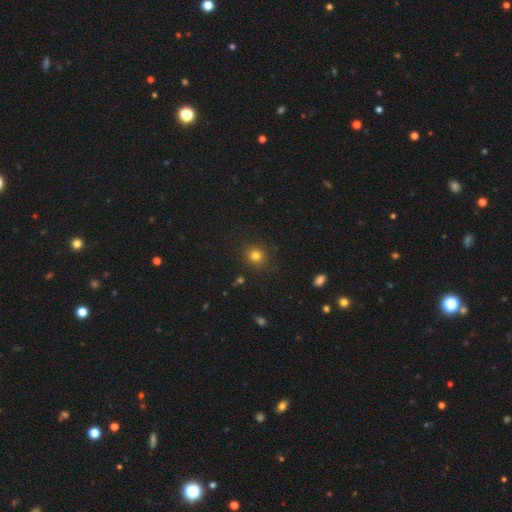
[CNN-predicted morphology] smooth-or-featured: smooth: 80% | star or artifact: 14% | featured or disk: 6%
  how-rounded: round: 90% | in between: 9% | cigar-shaped: 1%
  merging: none: 90% | minor disturbance: 7% | major disturbance: 2% | merger: 1%